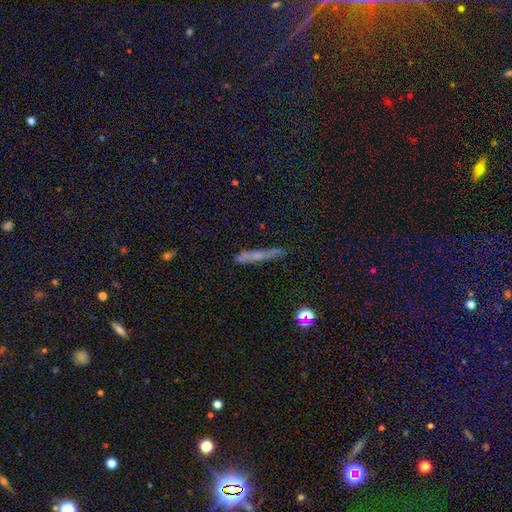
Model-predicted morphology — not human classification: This is possibly a smooth galaxy (50%). How rounded: clearly cigar-shaped (92%). Merging: likely none (77%).